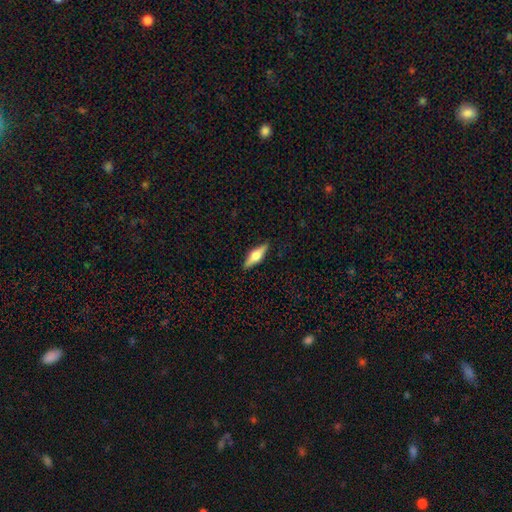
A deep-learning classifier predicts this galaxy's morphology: Smooth or featured? featured or disk (51%)
Edge-on disk? yes (94%)
Merging? none (89%)